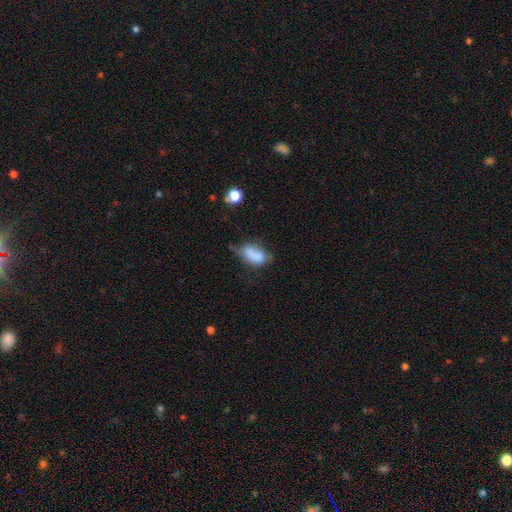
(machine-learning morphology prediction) This is likely a smooth galaxy (73%). How rounded: clearly in between (86%). Merging: marginally minor disturbance (38%).